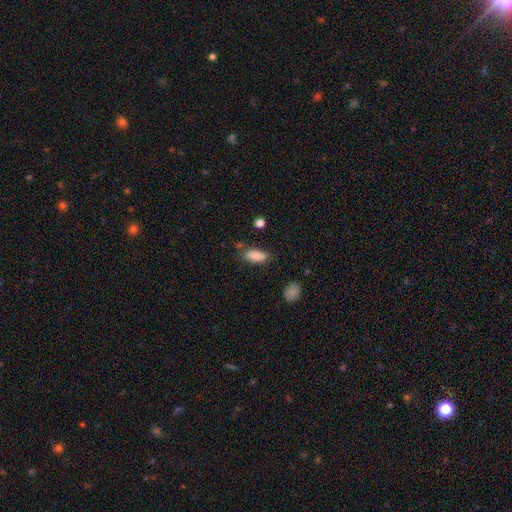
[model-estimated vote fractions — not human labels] A smooth galaxy with no disk features (85%) that is in between round and cigar-shaped (82%).

Vote fractions:
- Smooth or featured? smooth: 85% / featured or disk: 7% / star or artifact: 7%
- How rounded? in between: 82% / cigar-shaped: 15% / round: 2%
- Merging? none: 77% / minor disturbance: 15% / merger: 4% / major disturbance: 4%